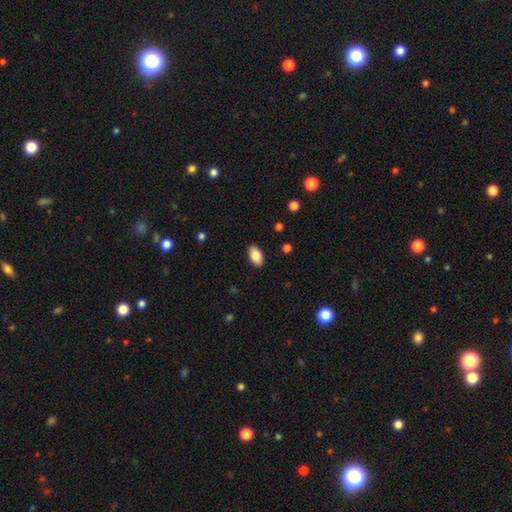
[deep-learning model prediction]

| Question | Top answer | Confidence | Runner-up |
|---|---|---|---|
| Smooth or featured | smooth | 85% | featured or disk (8%) |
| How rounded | in between | 94% | round (4%) |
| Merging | none | 88% | minor disturbance (9%) |